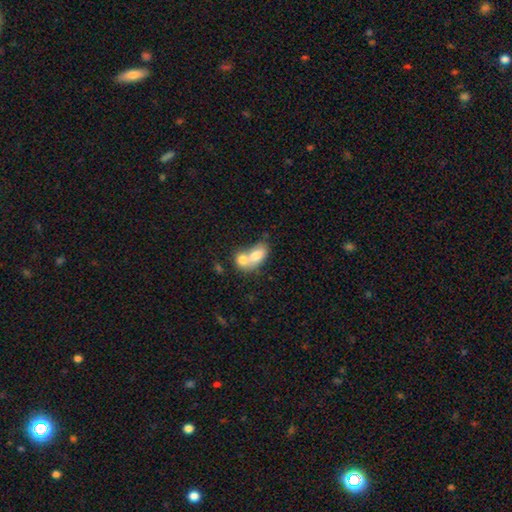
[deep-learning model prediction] Smooth or featured? Predicted: smooth (p=0.74). How rounded? Predicted: in between (p=0.82). Merging? Predicted: merger (p=0.72).